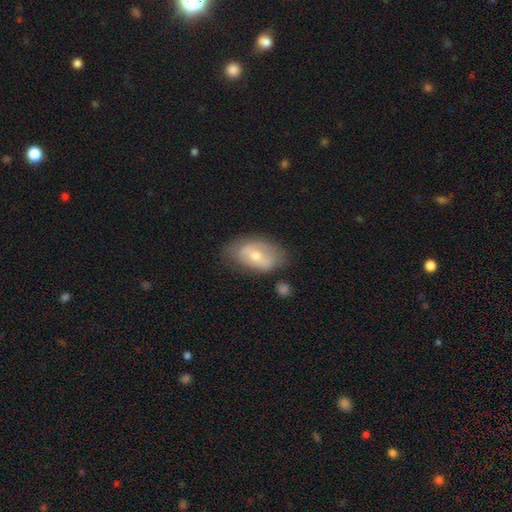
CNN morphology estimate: This appears to be a featured or disk galaxy (48%). Merging: none (65%).